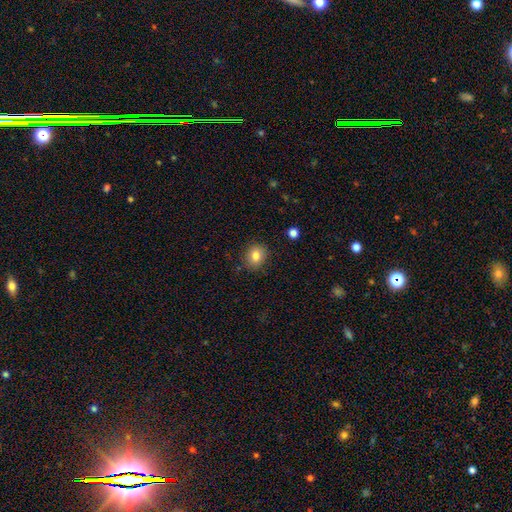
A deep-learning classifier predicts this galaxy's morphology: smooth_or_featured: smooth (p=0.82) [alt: star or artifact p=0.10]
how_rounded: round (p=0.64) [alt: in between p=0.35]
merging: none (p=0.86) [alt: minor disturbance p=0.10]